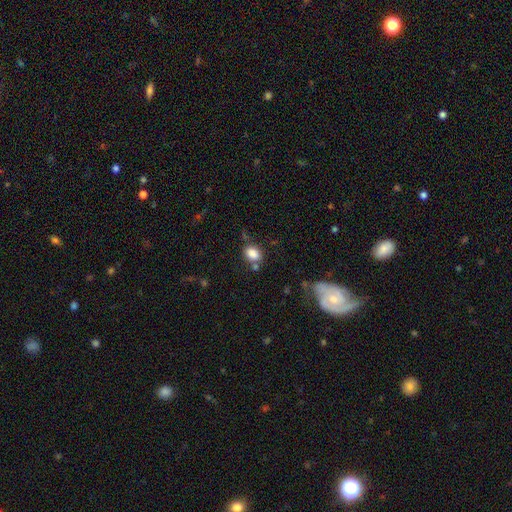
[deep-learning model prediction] This is clearly a smooth galaxy (82%). How rounded: likely in between (62%). Merging: likely none (64%).